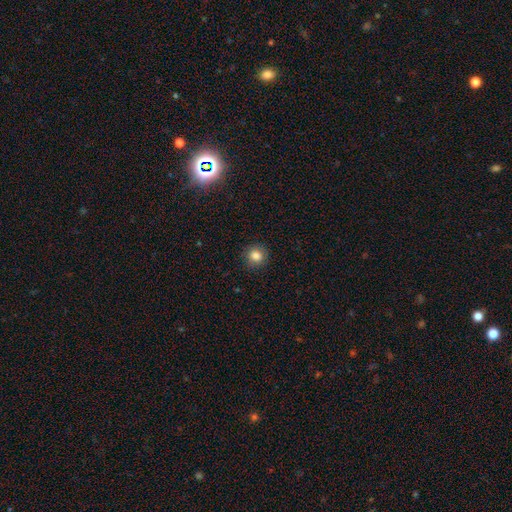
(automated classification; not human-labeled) Smooth or featured? smooth (84%)
How rounded? round (90%)
Merging? none (89%)